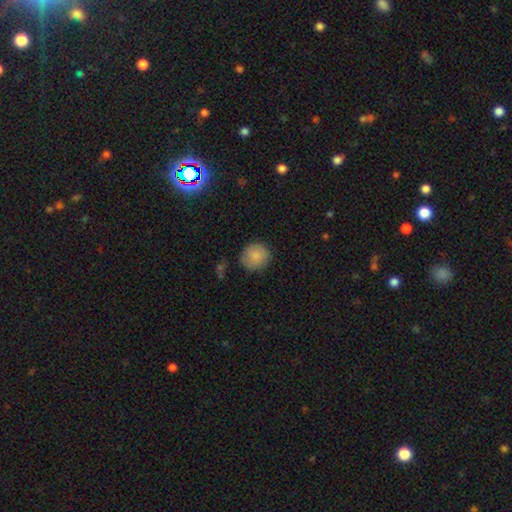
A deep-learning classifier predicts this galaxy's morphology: Smooth or featured? Predicted: smooth (p=0.84). How rounded? Predicted: round (p=0.89). Merging? Predicted: none (p=0.78).